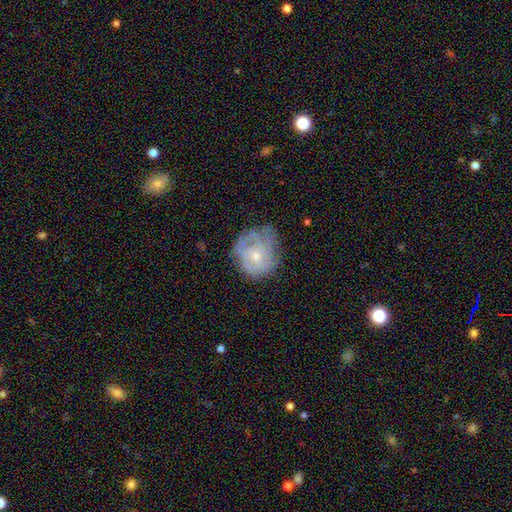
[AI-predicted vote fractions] Smooth or featured? featured or disk (62%)
Edge-on disk? no (98%)
Bar? no (74%)
Spiral arms? yes (69%)
Bulge size? small (61%)
Merging? none (55%)